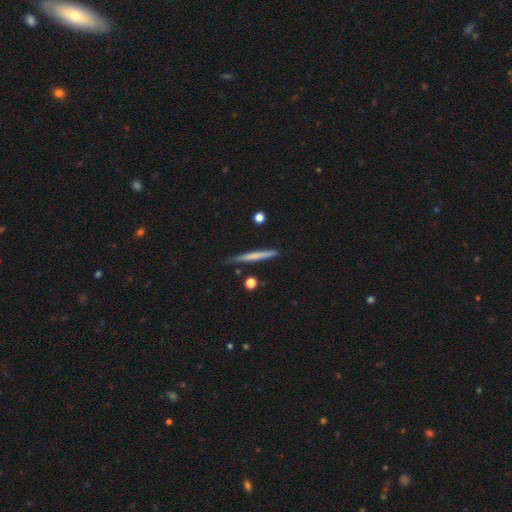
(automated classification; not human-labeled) This appears to be a smooth galaxy with no disk features (57%) that is cigar-shaped (95%). Merging: none (78%).